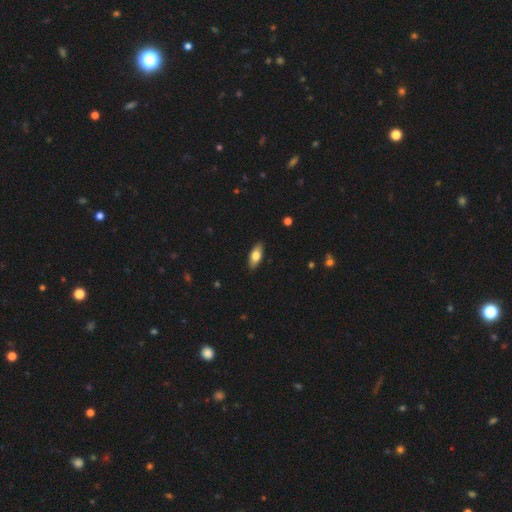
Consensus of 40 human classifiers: Q: Smooth or featured?
A: smooth (78%); runner-up: featured or disk (22%)
Q: How rounded?
A: in between (81%); runner-up: cigar-shaped (16%)
Q: Merging?
A: none (95%); runner-up: minor disturbance (5%)